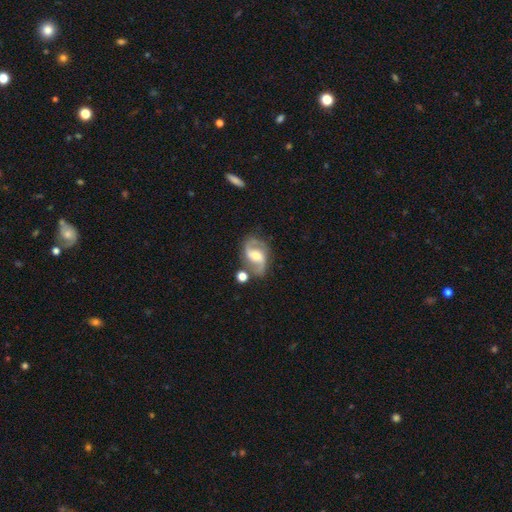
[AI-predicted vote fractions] This is clearly a featured or disk galaxy (86%). It is clearly not viewed edge-on (97%). Bar: marginally weak (42%). Spiral arm pattern: clearly yes (96%). Spiral arm count: clearly 2 (92%). Spiral winding: possibly medium (51%). Central bulge: likely moderate (61%). Merging: likely none (71%).